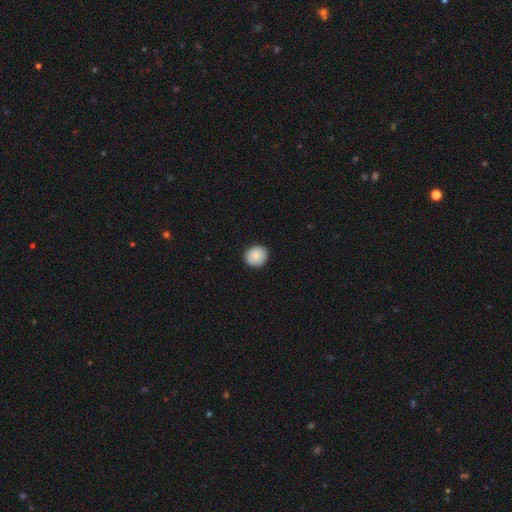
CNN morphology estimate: The model was most divided on "how rounded": round: 85%, in between: 14%, cigar-shaped: 1%. More confident: merging — none (90%); smooth or featured — smooth (87%).